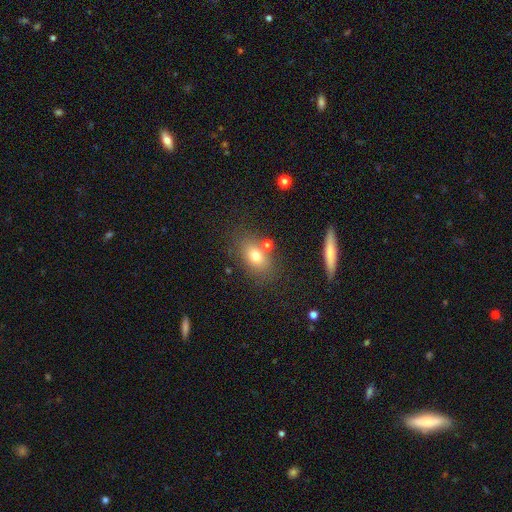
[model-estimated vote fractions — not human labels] Morphology: type=smooth (74%); roundness=in between (77%); merging=none (72%).